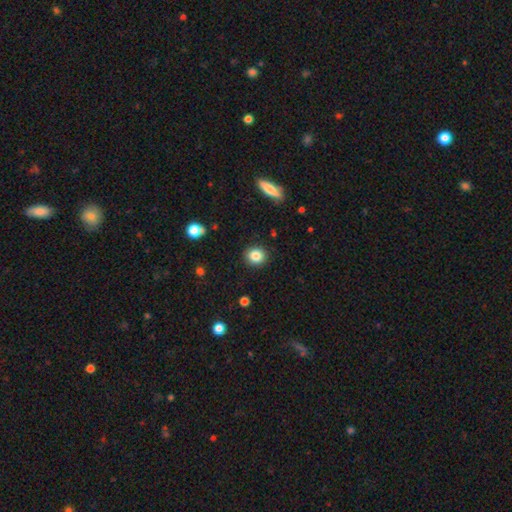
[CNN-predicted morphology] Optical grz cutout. It shows a smooth galaxy with no disk features (85%) that is round (79%). Merging: none (90%).